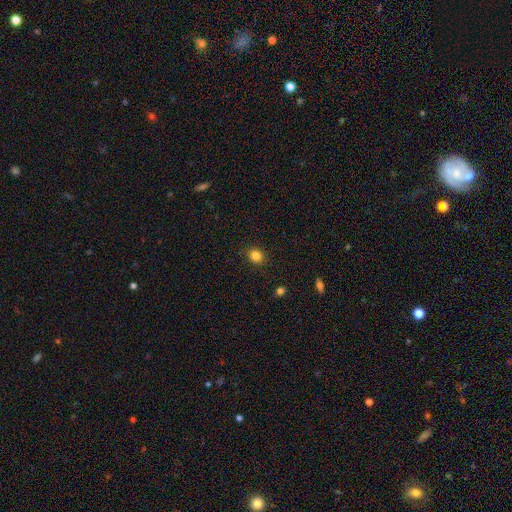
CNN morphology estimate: type=smooth (83%); roundness=round (79%); merging=none (90%).